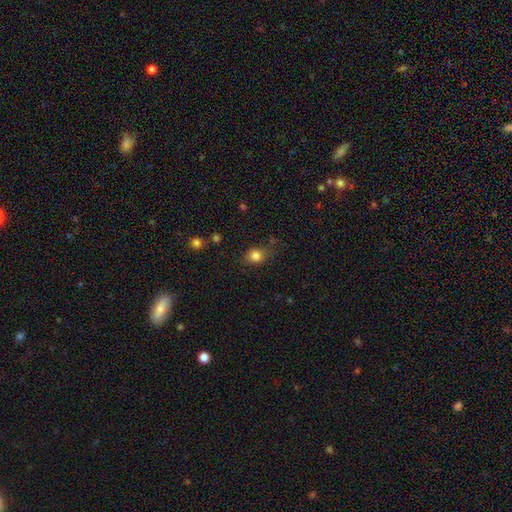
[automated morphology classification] smooth 82%, star or artifact 11%, featured or disk 6%. Down the decision tree: how rounded — round (54%); merging — none (71%).